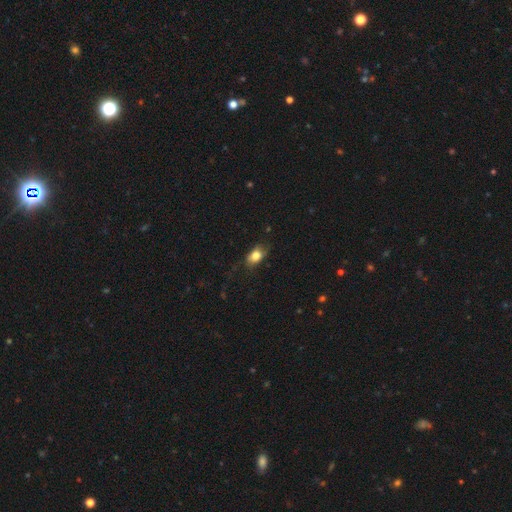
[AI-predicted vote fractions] smooth_or_featured: smooth (p=0.80) [alt: featured or disk p=0.12]
how_rounded: in between (p=0.80) [alt: round p=0.16]
merging: none (p=0.69) [alt: minor disturbance p=0.23]